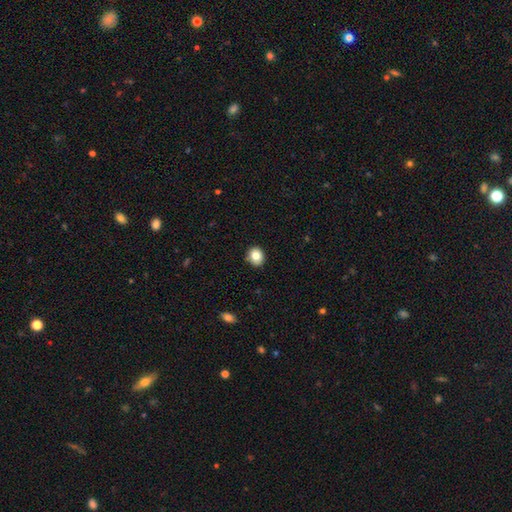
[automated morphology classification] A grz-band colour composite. It shows a smooth galaxy with no disk features (81%) that is round (65%). Merging: none (89%).